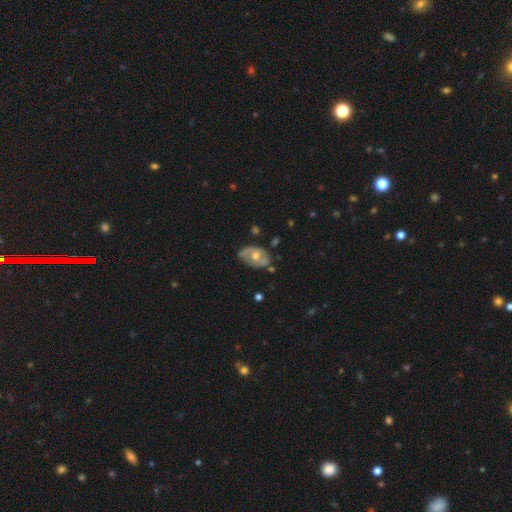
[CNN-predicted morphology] featured or disk 64%, smooth 29%, star or artifact 7%. Down the decision tree: edge-on disk — no (94%); bar — no (72%); spiral arms — yes (59%); bulge size — moderate (73%); merging — none (60%).